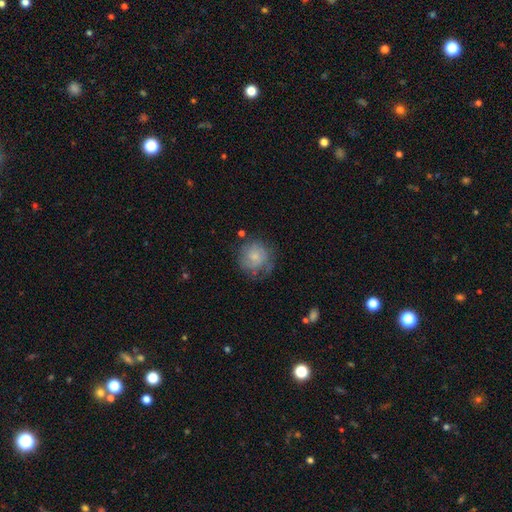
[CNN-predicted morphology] This is likely a smooth galaxy (62%). How rounded: clearly round (89%). Merging: likely none (61%).